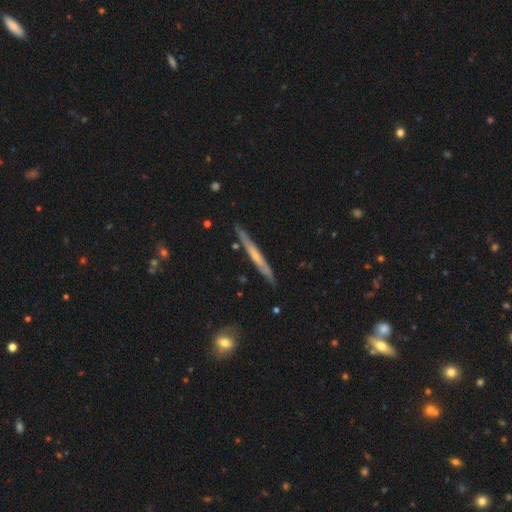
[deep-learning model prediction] smooth_or_featured: featured or disk (p=0.59) [alt: smooth p=0.36]
disk_edge_on: yes (p=0.93) [alt: no p=0.07]
edge_on_bulge: none (p=0.66) [alt: rounded p=0.28]
merging: none (p=0.85) [alt: minor disturbance p=0.12]